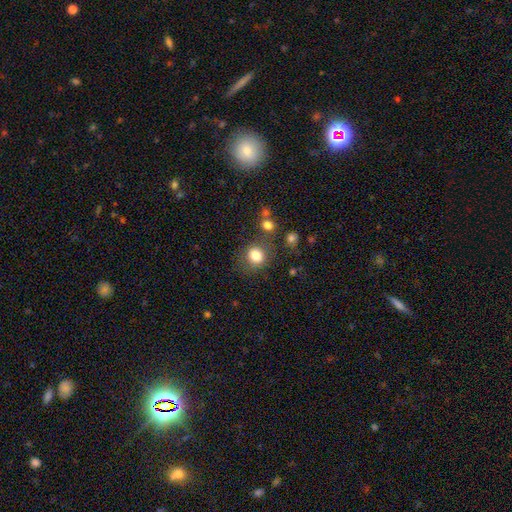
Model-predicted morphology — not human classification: A smooth galaxy with no disk features (81%) that is round (79%).

Vote fractions:
- Smooth or featured? smooth: 81% / star or artifact: 11% / featured or disk: 7%
- How rounded? round: 79% / in between: 20% / cigar-shaped: 1%
- Merging? none: 74% / minor disturbance: 14% / merger: 7% / major disturbance: 6%